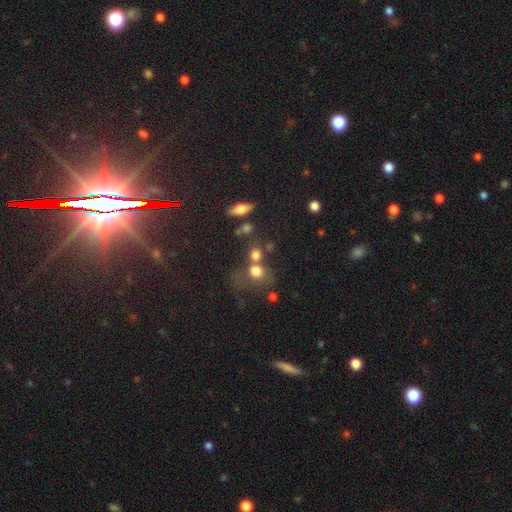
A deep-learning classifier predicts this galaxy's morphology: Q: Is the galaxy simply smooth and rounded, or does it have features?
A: smooth — 68%.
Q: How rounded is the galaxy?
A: round — 71%.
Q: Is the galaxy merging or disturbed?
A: none — 43%.